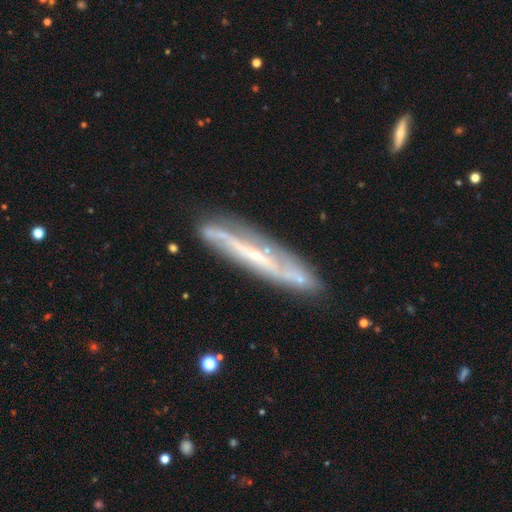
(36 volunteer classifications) Smooth or featured?
  - featured or disk: 78% *
  - smooth: 17%
  - star or artifact: 6%
Edge-on disk?
  - yes: 71% *
  - no: 29%
Edge-on bulge?
  - rounded: 75% *
  - none: 20%
  - boxy: 5%
Merging?
  - none: 82% *
  - minor disturbance: 15%
  - major disturbance: 3%
  - merger: 0%